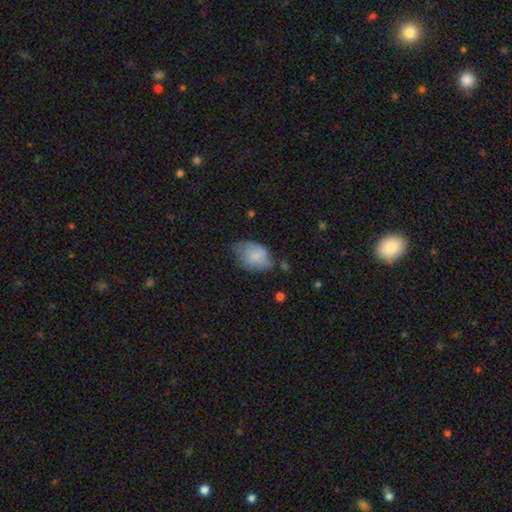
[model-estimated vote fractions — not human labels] Overall: smooth (76%). How rounded: in between (85%). Merging: none (51%; minor disturbance 37%).